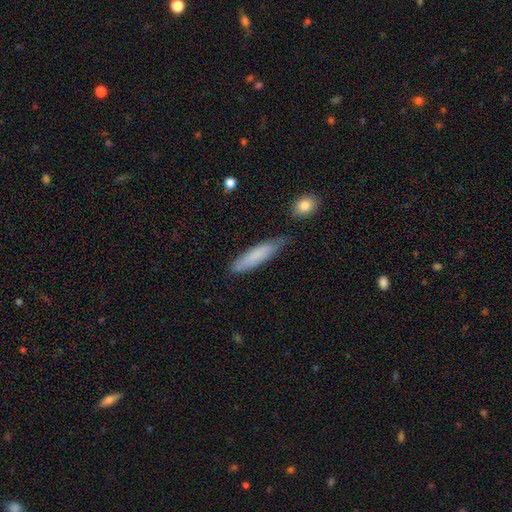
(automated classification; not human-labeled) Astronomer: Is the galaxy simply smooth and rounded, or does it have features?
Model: smooth — 79%.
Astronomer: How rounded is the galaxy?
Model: cigar-shaped — 80%.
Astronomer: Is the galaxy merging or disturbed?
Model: none — 70%.